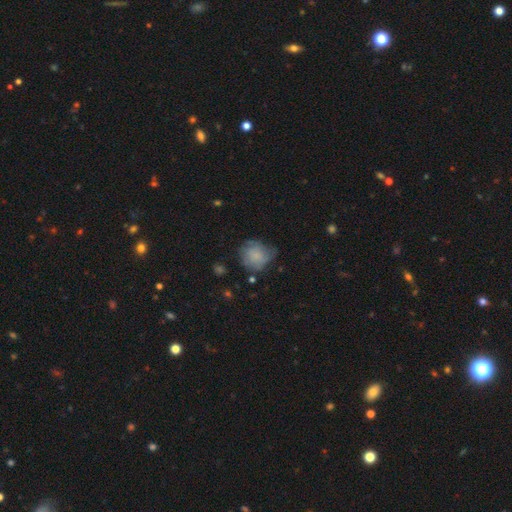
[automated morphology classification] smooth 66%, featured or disk 25%, star or artifact 9%. Down the decision tree: how rounded — round (80%); merging — none (48%).